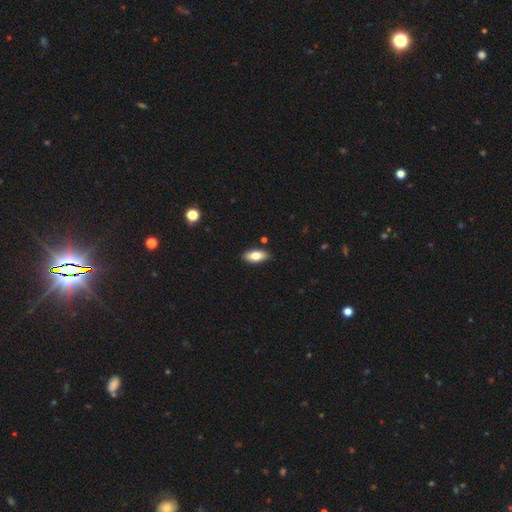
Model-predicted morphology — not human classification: The model was most divided on "smooth or featured": smooth: 75%, featured or disk: 18%, star or artifact: 7%. More confident: merging — none (88%); how rounded — in between (86%).